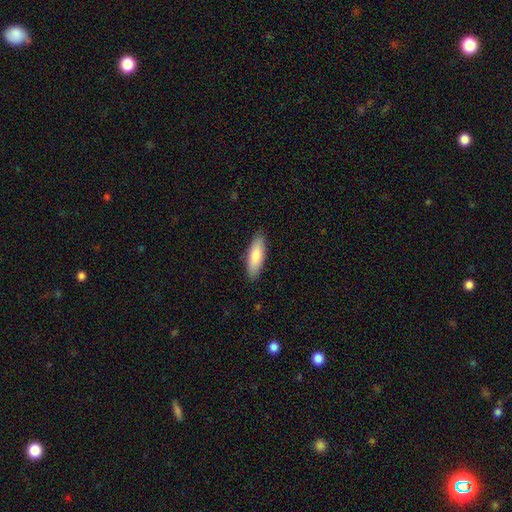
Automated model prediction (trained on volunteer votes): A smooth galaxy with no disk features (80%) that is in between round and cigar-shaped (55%).

Vote fractions:
- Smooth or featured? smooth: 80% / featured or disk: 14% / star or artifact: 5%
- How rounded? in between: 55% / cigar-shaped: 43% / round: 2%
- Merging? none: 88% / minor disturbance: 9% / major disturbance: 2% / merger: 1%